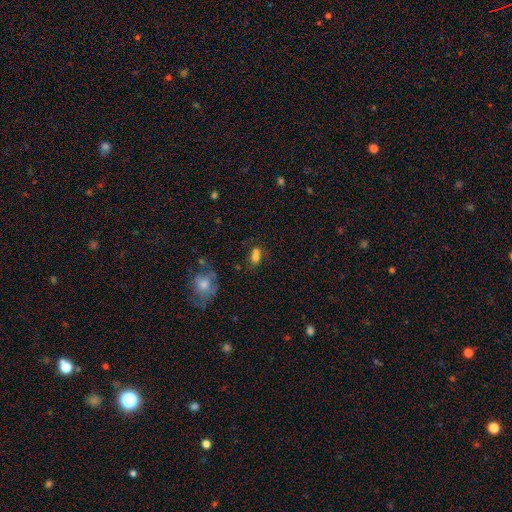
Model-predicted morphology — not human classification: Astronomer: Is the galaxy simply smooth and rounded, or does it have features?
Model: smooth — 70%.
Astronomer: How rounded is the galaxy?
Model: in between — 66%.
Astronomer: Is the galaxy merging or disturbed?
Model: merger — 41% (runner-up: none, 39%).